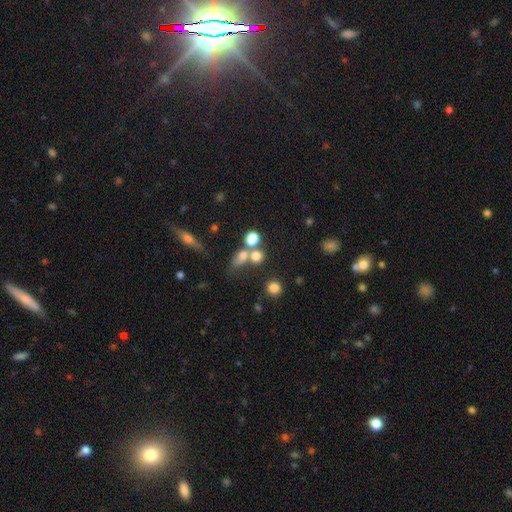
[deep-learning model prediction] This appears to be a smooth galaxy with no disk features (69%) that is round (71%). Merging: none (42%, tied with merger).